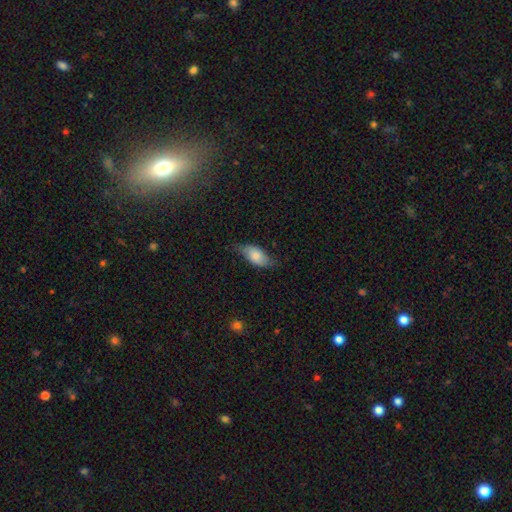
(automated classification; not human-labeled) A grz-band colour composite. It shows a smooth galaxy with no disk features (71%) that is in between round and cigar-shaped (90%). Merging: none (62%).